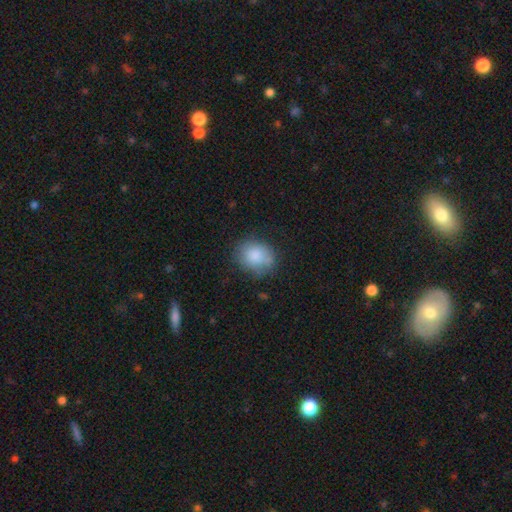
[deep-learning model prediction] Smooth or featured? Predicted: smooth (p=0.83). How rounded? Predicted: round (p=0.56). Merging? Predicted: none (p=0.67).